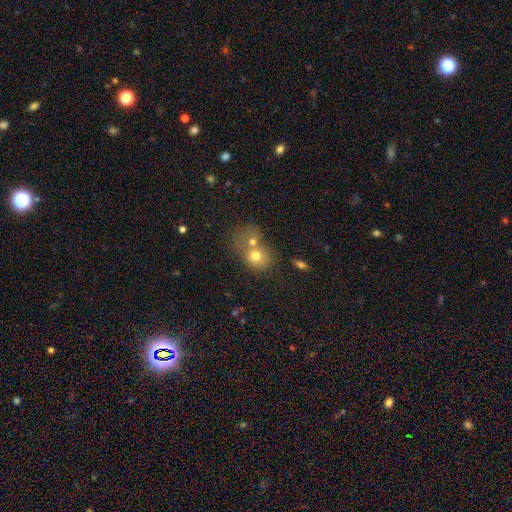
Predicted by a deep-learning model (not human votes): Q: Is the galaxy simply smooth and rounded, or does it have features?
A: smooth — 71%.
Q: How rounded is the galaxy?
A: round — 66%.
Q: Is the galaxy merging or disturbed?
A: merger — 59%.